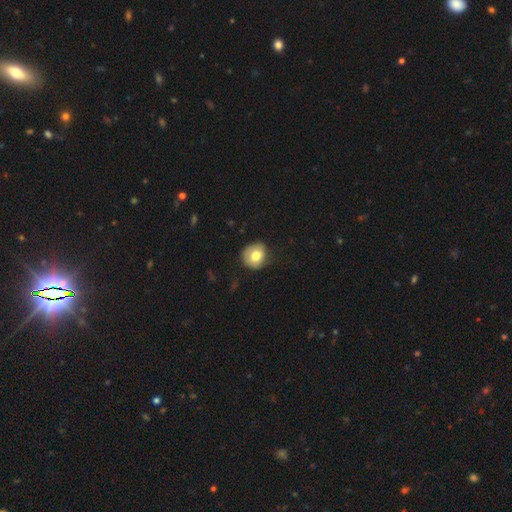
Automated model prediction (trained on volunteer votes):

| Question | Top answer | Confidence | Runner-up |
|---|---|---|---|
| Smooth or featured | smooth | 76% | featured or disk (16%) |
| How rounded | round | 83% | in between (16%) |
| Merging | none | 74% | minor disturbance (20%) |